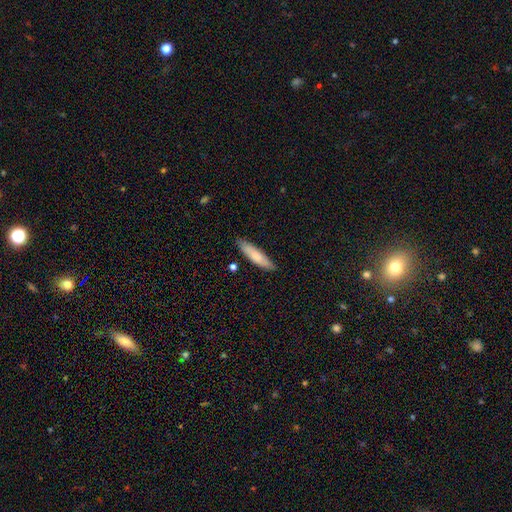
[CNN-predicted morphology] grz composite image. It shows a smooth galaxy with no disk features (77%) that is cigar-shaped (75%). Merging: none (86%).